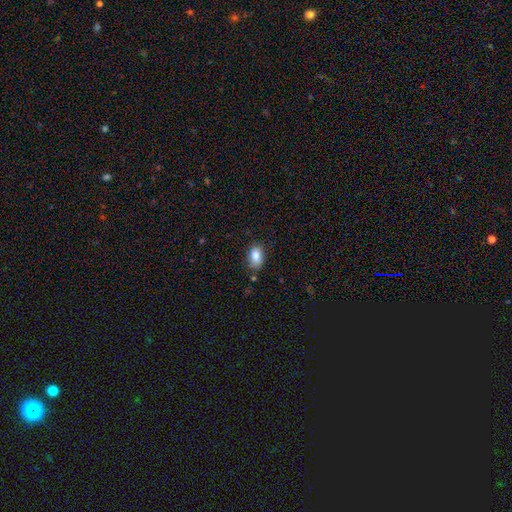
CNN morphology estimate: smooth-or-featured: smooth: 86% | star or artifact: 8% | featured or disk: 6%
  how-rounded: in between: 87% | round: 11% | cigar-shaped: 2%
  merging: none: 78% | minor disturbance: 17% | major disturbance: 3% | merger: 2%